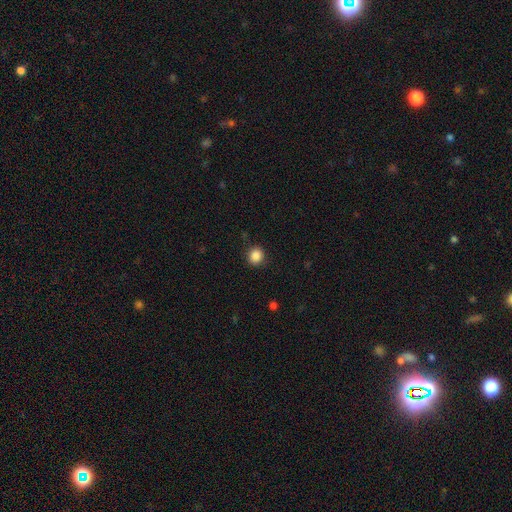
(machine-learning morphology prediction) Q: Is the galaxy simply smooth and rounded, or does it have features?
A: smooth — 86%.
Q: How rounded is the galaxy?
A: round — 87%.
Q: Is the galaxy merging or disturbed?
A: none — 89%.